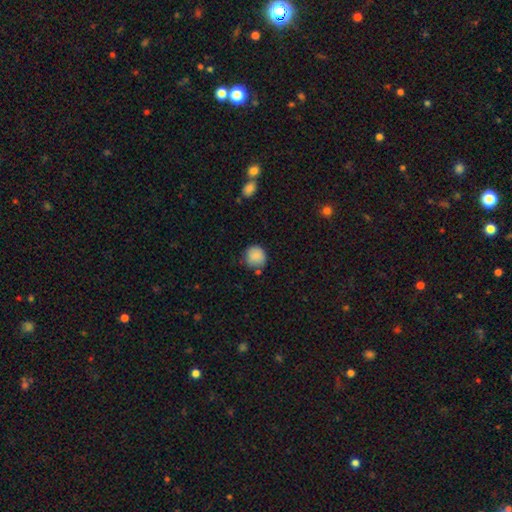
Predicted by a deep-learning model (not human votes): Q: Smooth or featured?
A: smooth (87%); runner-up: star or artifact (8%)
Q: How rounded?
A: round (89%); runner-up: in between (10%)
Q: Merging?
A: none (72%); runner-up: minor disturbance (20%)